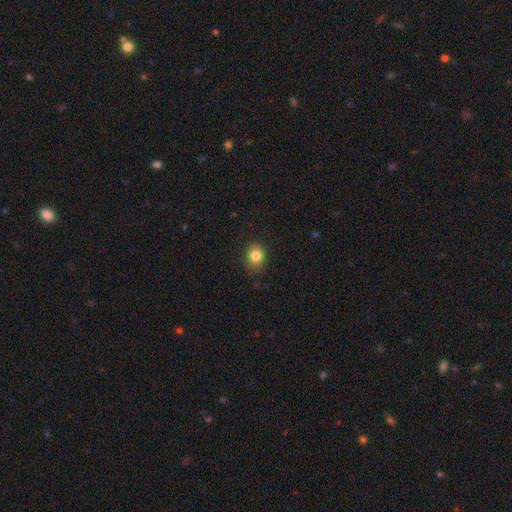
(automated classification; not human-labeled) A smooth galaxy with no disk features (84%) that is round (60%). Merging: none (84%).